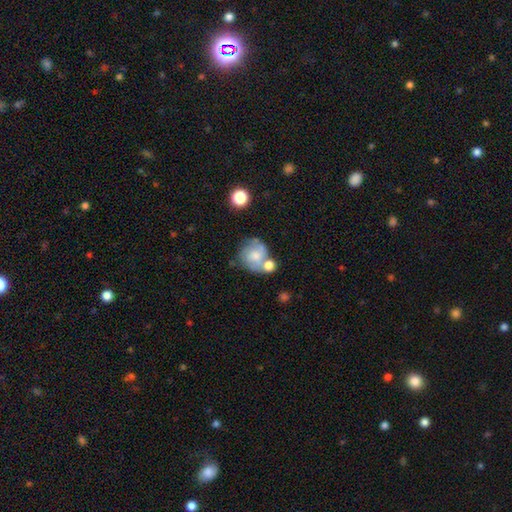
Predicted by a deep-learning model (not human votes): A smooth galaxy with no disk features (50%) that is round (74%). Merging: none (40%).